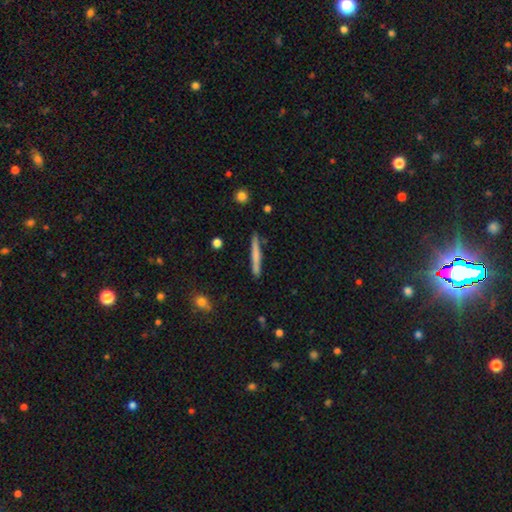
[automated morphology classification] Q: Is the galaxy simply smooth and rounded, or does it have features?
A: smooth — 62%.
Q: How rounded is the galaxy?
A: cigar-shaped — 96%.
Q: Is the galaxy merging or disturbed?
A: none — 88%.